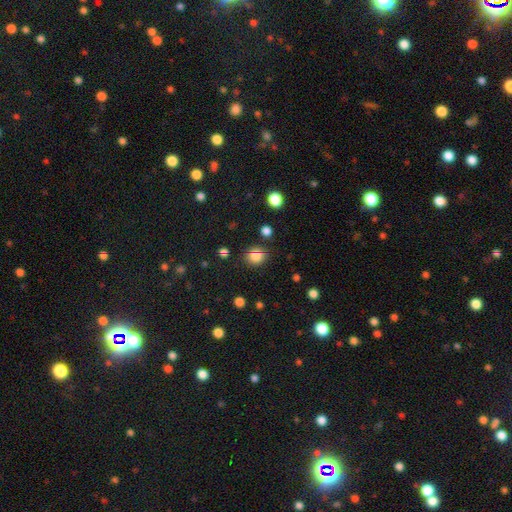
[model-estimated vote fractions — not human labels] This appears to be a smooth galaxy with no disk features (78%) that is round (65%). Merging: none (79%).